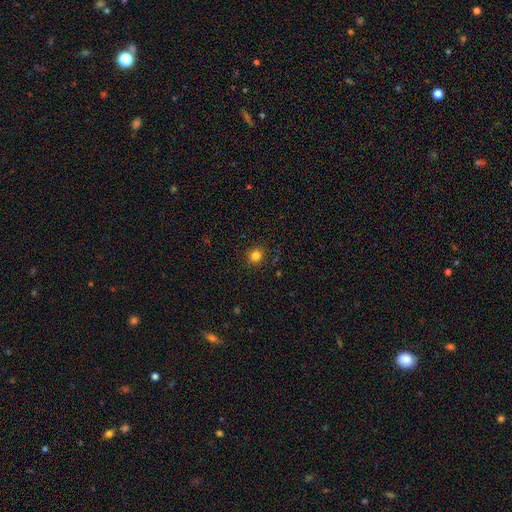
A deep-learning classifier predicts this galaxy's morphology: smooth_or_featured: smooth (p=0.83) [alt: star or artifact p=0.13]
how_rounded: round (p=0.91) [alt: in between p=0.08]
merging: none (p=0.90) [alt: minor disturbance p=0.07]